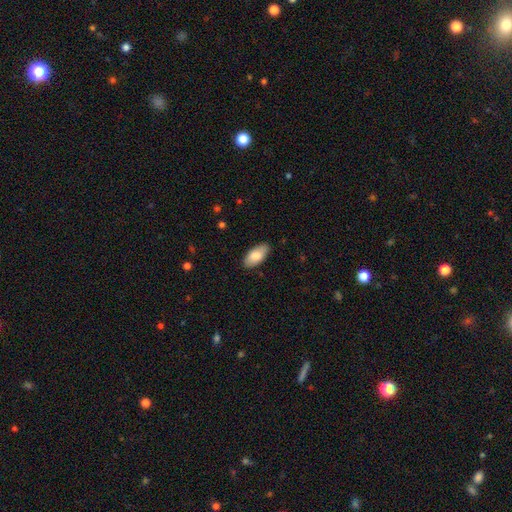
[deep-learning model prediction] Q: Smooth or featured?
A: smooth (83%); runner-up: featured or disk (11%)
Q: How rounded?
A: in between (92%); runner-up: cigar-shaped (6%)
Q: Merging?
A: none (87%); runner-up: minor disturbance (10%)